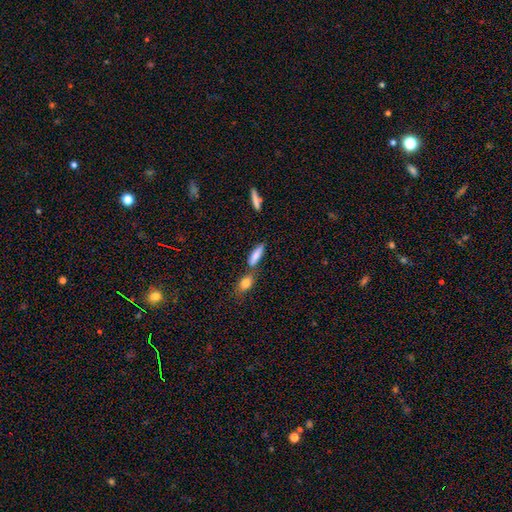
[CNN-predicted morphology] A smooth galaxy with no disk features (80%) that is cigar-shaped (50%).

Vote fractions:
- Smooth or featured? smooth: 80% / featured or disk: 12% / star or artifact: 7%
- How rounded? cigar-shaped: 50% / in between: 47% / round: 3%
- Merging? none: 52% / merger: 33% / minor disturbance: 11% / major disturbance: 4%